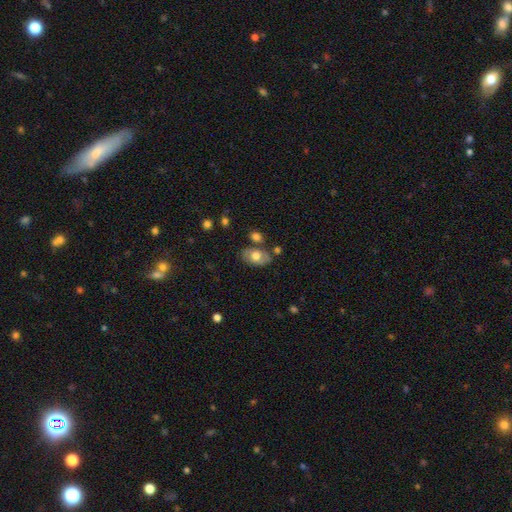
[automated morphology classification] Overall: smooth (60%; featured or disk 33%). How rounded: in between (88%). Merging: none (68%).